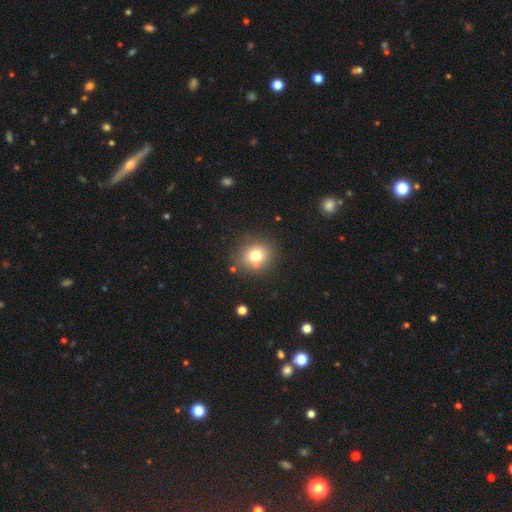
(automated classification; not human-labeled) This appears to be a smooth galaxy with no disk features (75%) that is round (78%). Merging: none (79%).